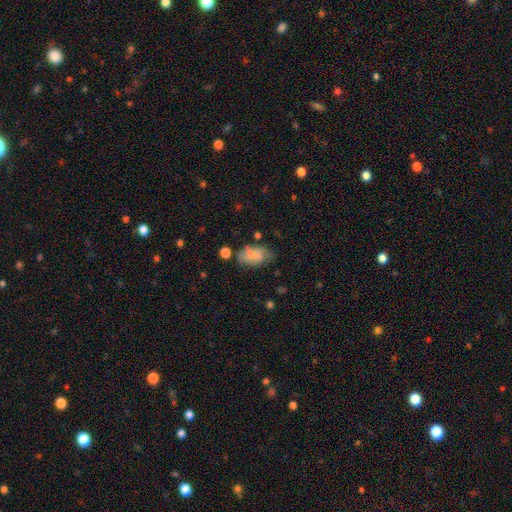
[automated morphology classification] A smooth galaxy with no disk features (73%) that is in between round and cigar-shaped (91%).

Vote fractions:
- Smooth or featured? smooth: 73% / featured or disk: 18% / star or artifact: 9%
- How rounded? in between: 91% / round: 7% / cigar-shaped: 2%
- Merging? none: 48% / minor disturbance: 32% / major disturbance: 14% / merger: 6%